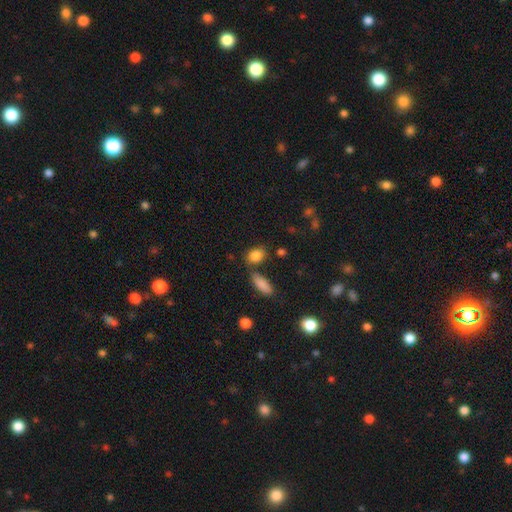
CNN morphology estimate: Smooth or featured? smooth (86%)
How rounded? in between (78%)
Merging? none (67%)